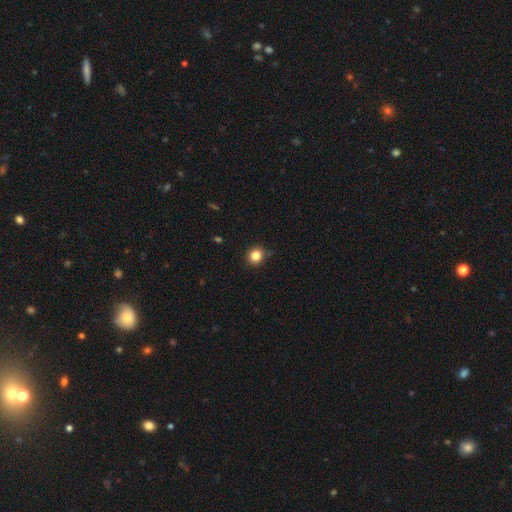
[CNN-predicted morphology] Smooth or featured: smooth — 83% (star or artifact — 12%)
How rounded: round — 89% (in between — 10%)
Merging: none — 88% (minor disturbance — 9%)